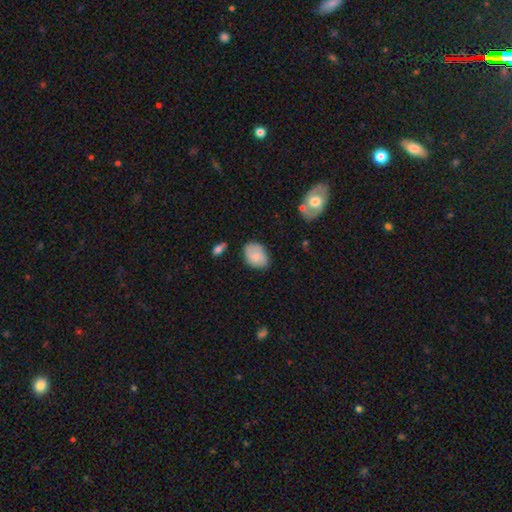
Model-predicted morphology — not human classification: type=smooth (70%); roundness=in between (82%); merging=none (71%).